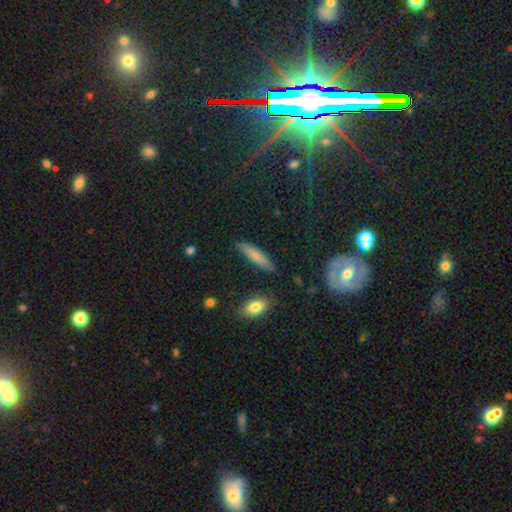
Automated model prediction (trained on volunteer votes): Smooth or featured? Predicted: smooth (p=0.69). How rounded? Predicted: cigar-shaped (p=0.78). Merging? Predicted: none (p=0.85).